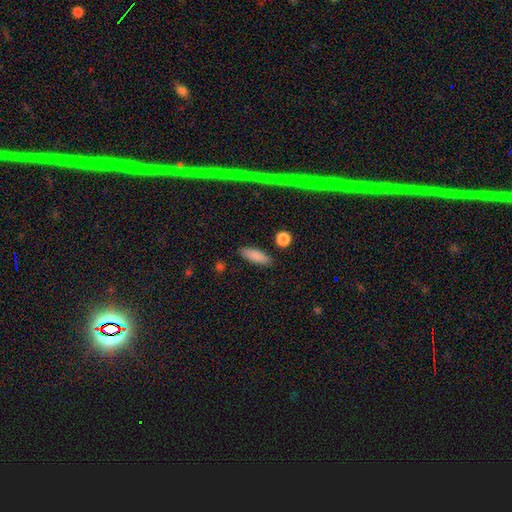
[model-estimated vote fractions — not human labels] Smooth or featured? smooth (85%)
How rounded? in between (52%)
Merging? none (87%)